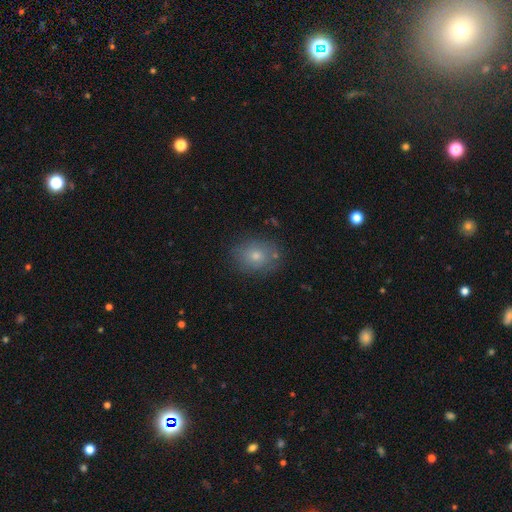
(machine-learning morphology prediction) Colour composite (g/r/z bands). It shows a smooth galaxy with no disk features (69%) that is round (50%). Merging: none (81%).